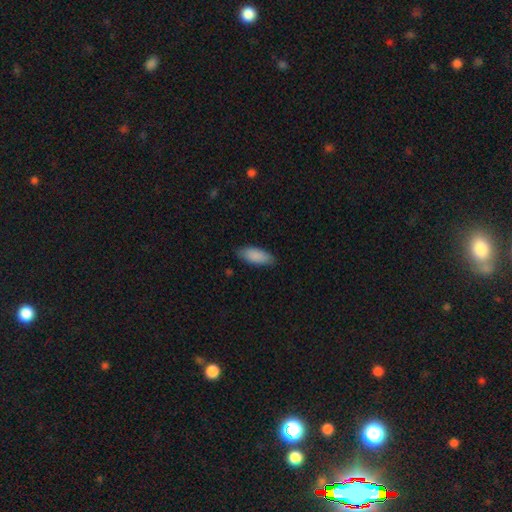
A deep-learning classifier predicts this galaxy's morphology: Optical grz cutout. It shows a smooth galaxy with no disk features (89%) that is in between round and cigar-shaped (82%). Merging: none (84%).